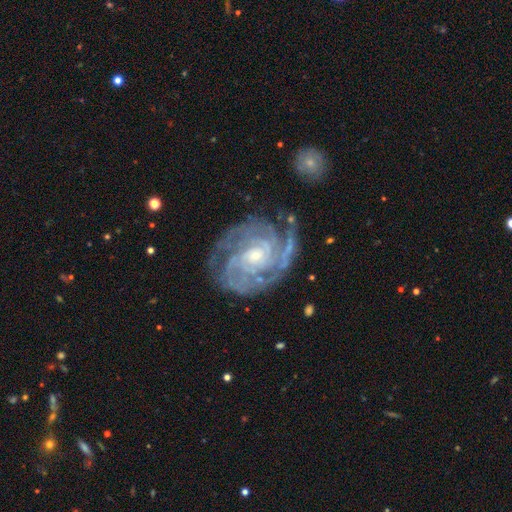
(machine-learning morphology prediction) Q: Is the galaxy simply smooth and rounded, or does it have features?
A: featured or disk — 91%.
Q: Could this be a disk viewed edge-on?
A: no — 97%.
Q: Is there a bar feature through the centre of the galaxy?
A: no — 64%.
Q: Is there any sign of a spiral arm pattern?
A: yes — 98%.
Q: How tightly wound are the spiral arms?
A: tight — 72%.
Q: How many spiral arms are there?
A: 3 — 28%.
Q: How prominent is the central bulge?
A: small — 60%.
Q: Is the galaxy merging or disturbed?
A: none — 72%.